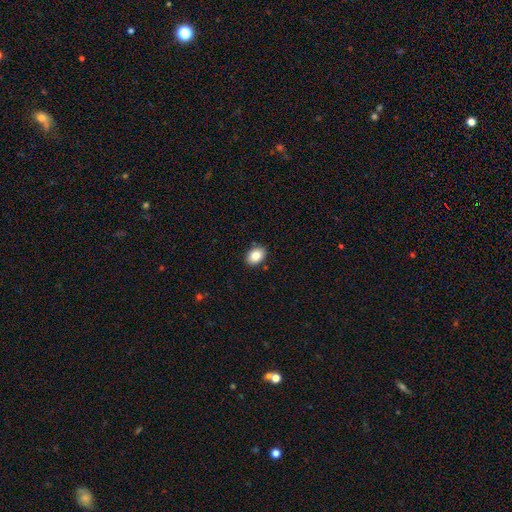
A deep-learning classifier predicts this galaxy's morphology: This appears to be a smooth galaxy with no disk features (86%) that is in between round and cigar-shaped (80%). Merging: none (88%).